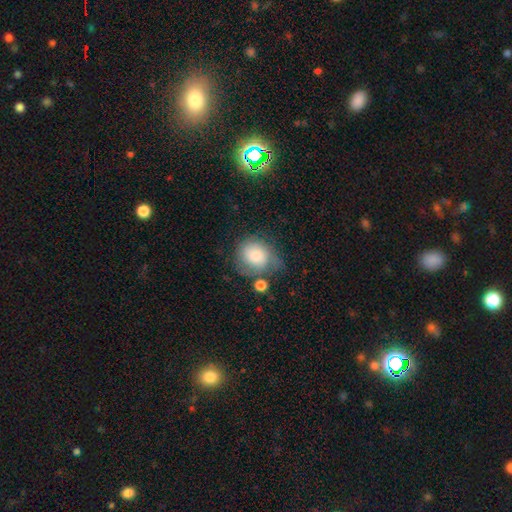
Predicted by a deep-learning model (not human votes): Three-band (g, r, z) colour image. It shows a smooth galaxy with no disk features (70%) that is round (73%). Merging: none (44%).